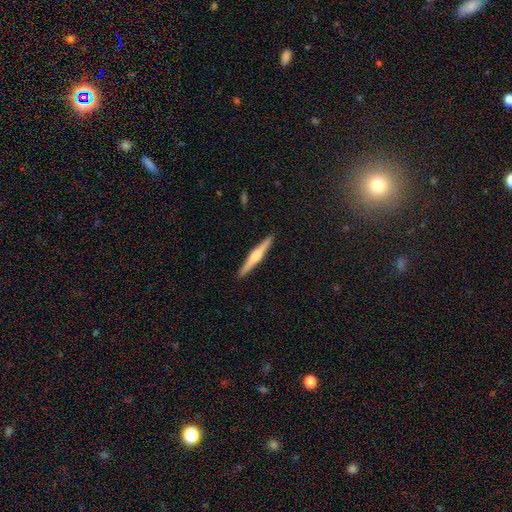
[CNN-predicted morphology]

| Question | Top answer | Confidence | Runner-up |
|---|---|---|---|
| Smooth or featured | featured or disk | 64% | smooth (30%) |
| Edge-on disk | yes | 98% | no (2%) |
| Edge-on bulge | rounded | 79% | boxy (13%) |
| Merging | none | 92% | minor disturbance (6%) |